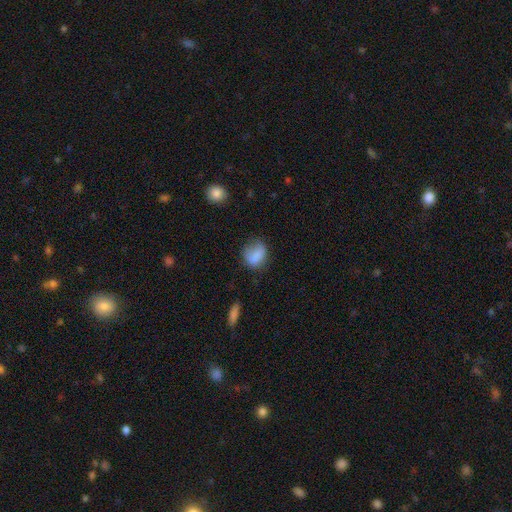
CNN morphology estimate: A smooth galaxy with no disk features (82%) that is in between round and cigar-shaped (52%).

Vote fractions:
- Smooth or featured? smooth: 82% / star or artifact: 9% / featured or disk: 9%
- How rounded? in between: 52% / round: 46% / cigar-shaped: 2%
- Merging? none: 59% / minor disturbance: 28% / major disturbance: 12% / merger: 2%